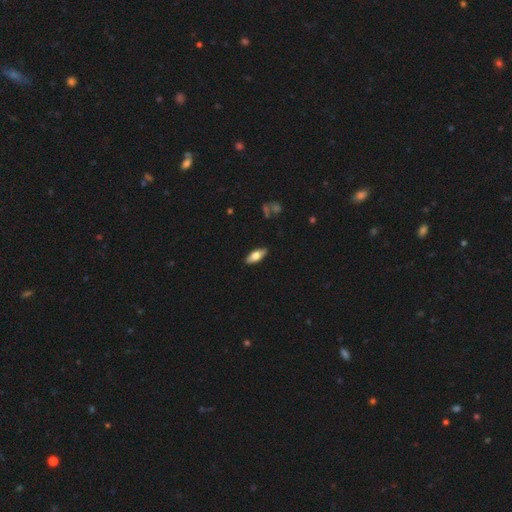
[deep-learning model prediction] Smooth or featured?
  - smooth: 63% *
  - featured or disk: 31%
  - star or artifact: 6%
How rounded?
  - in between: 77% *
  - cigar-shaped: 20%
  - round: 3%
Merging?
  - none: 89% *
  - minor disturbance: 9%
  - major disturbance: 2%
  - merger: 1%